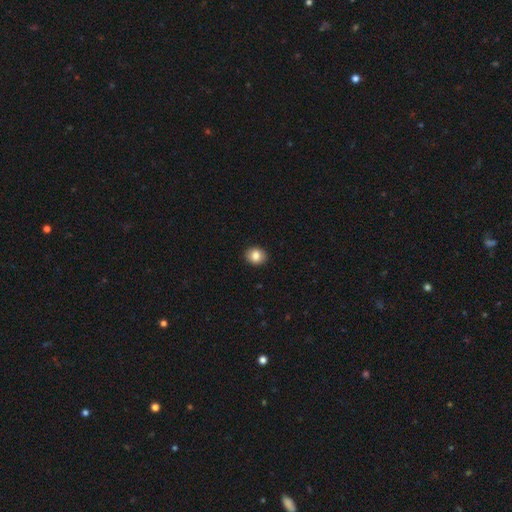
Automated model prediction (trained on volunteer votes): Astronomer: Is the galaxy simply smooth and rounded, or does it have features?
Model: smooth — 84%.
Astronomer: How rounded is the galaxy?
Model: round — 69%.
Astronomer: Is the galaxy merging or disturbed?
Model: none — 92%.